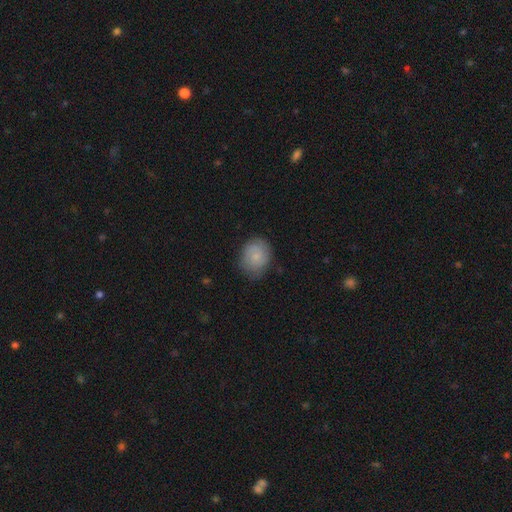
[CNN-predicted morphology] Smooth or featured?
  - smooth: 70% *
  - featured or disk: 23%
  - star or artifact: 7%
How rounded?
  - round: 50% *
  - in between: 49%
  - cigar-shaped: 1%
Merging?
  - none: 72% *
  - minor disturbance: 22%
  - major disturbance: 5%
  - merger: 1%